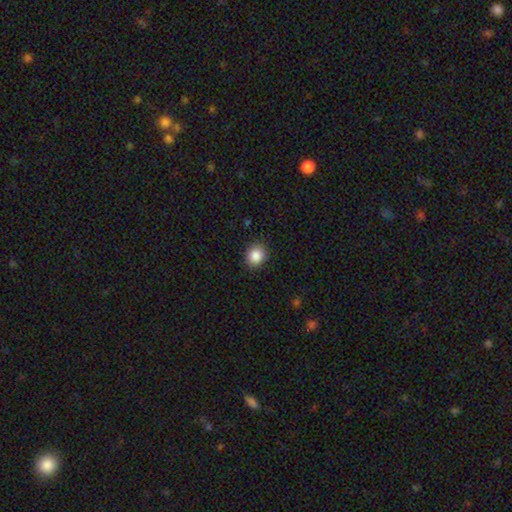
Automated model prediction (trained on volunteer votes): This is clearly a smooth galaxy (87%). How rounded: likely round (67%). Merging: clearly none (88%).